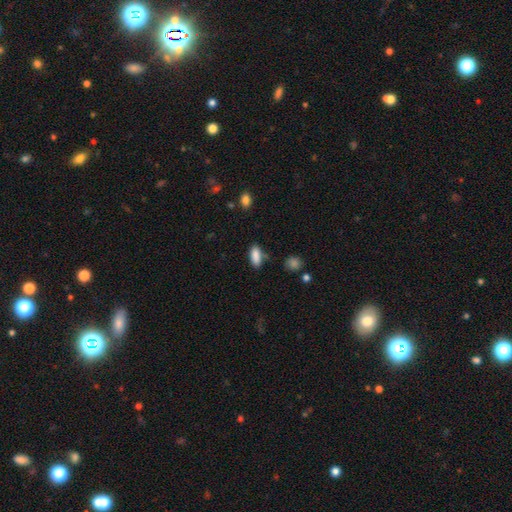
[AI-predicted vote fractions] smooth_or_featured: smooth (p=0.88) [alt: star or artifact p=0.08]
how_rounded: in between (p=0.79) [alt: cigar-shaped p=0.18]
merging: none (p=0.75) [alt: minor disturbance p=0.17]